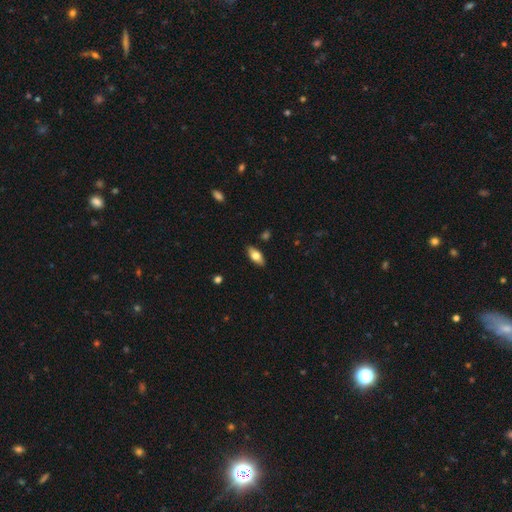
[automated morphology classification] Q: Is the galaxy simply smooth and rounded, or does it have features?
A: smooth — 69%.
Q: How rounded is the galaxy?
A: in between — 86%.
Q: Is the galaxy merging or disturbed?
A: none — 87%.